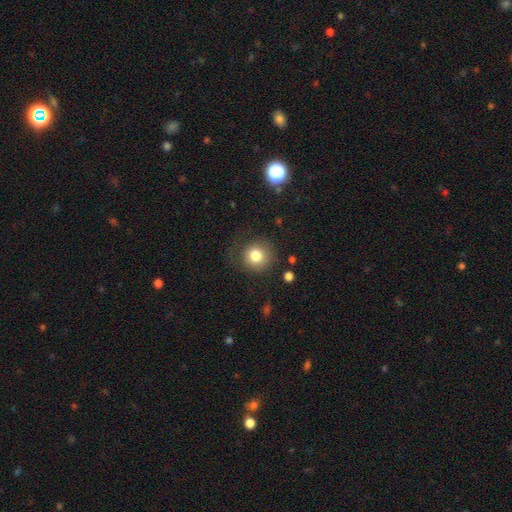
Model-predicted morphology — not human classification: Q: Smooth or featured?
A: smooth (79%); runner-up: star or artifact (11%)
Q: How rounded?
A: round (91%); runner-up: in between (8%)
Q: Merging?
A: none (75%); runner-up: minor disturbance (14%)